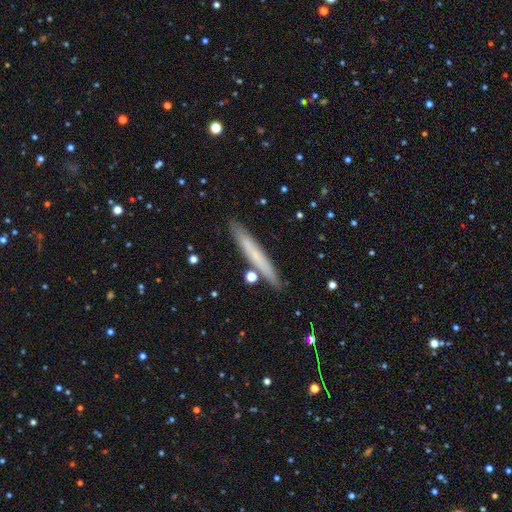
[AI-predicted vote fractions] This appears to be a smooth galaxy with no disk features (58%) that is cigar-shaped (96%). Merging: none (87%).